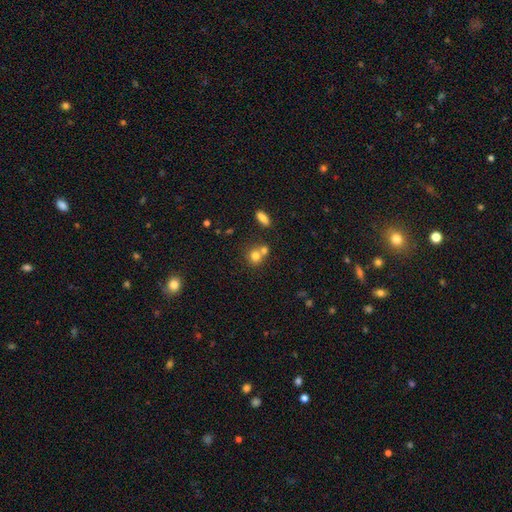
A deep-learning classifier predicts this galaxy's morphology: The model was most divided on "merging": none: 45%, merger: 44%, minor disturbance: 8%, major disturbance: 3%. More confident: how rounded — round (81%); smooth or featured — smooth (76%).